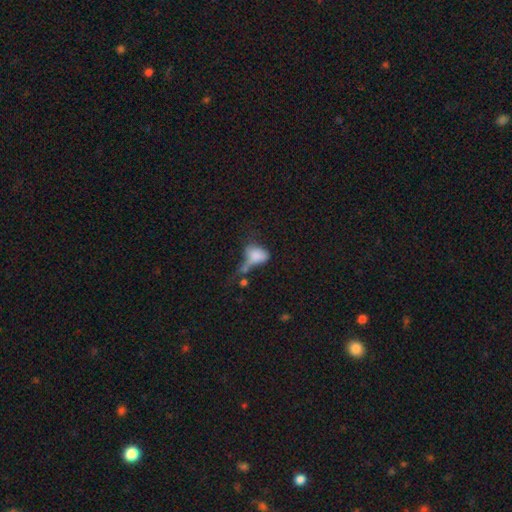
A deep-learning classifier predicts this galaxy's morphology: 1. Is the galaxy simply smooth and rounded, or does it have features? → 71% smooth, 18% featured or disk, 10% star or artifact.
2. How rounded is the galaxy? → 82% in between, 14% round, 4% cigar-shaped.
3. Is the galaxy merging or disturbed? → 35% major disturbance, 29% merger, 19% none, 17% minor disturbance.